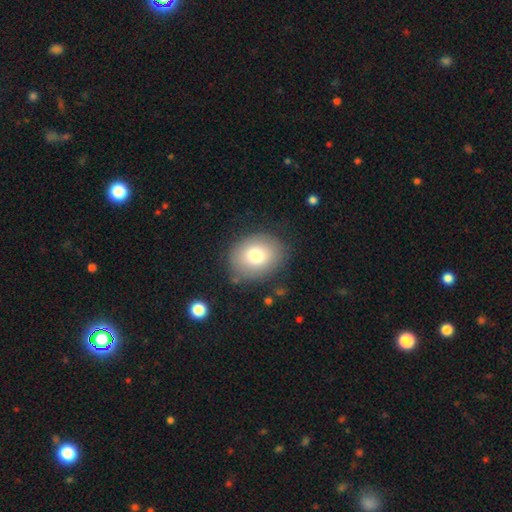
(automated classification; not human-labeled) This is likely a smooth galaxy (76%). How rounded: possibly round (56%). Merging: clearly none (82%).